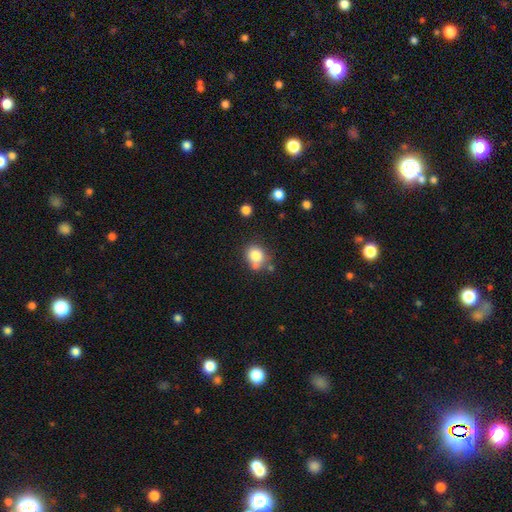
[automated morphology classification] smooth 81%, star or artifact 10%, featured or disk 8%. Down the decision tree: how rounded — round (69%); merging — none (60%).